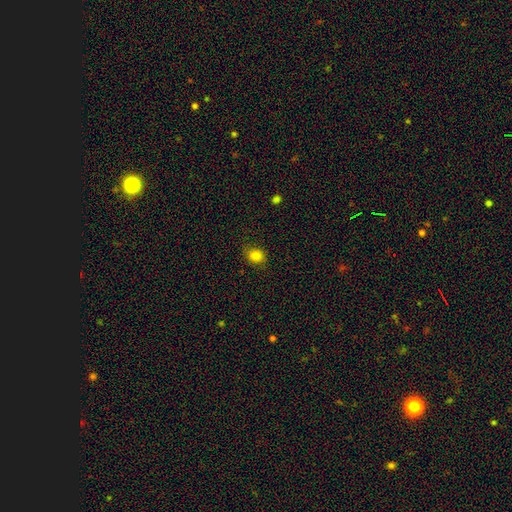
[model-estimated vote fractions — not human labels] Smooth or featured?
  - smooth: 83% *
  - star or artifact: 12%
  - featured or disk: 5%
How rounded?
  - round: 70% *
  - in between: 29%
  - cigar-shaped: 1%
Merging?
  - none: 84% *
  - minor disturbance: 12%
  - major disturbance: 3%
  - merger: 1%